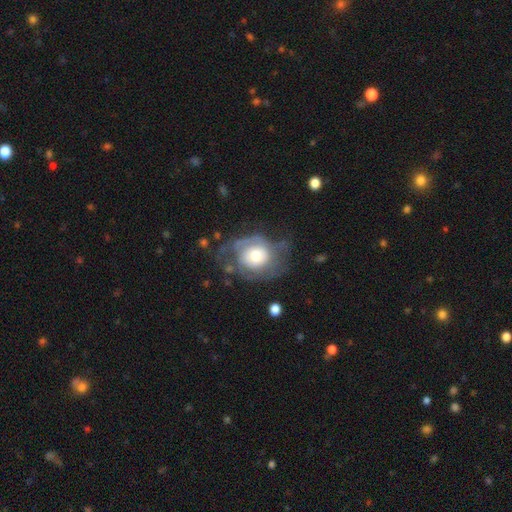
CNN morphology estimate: A featured or disk galaxy (59%) with no bar (81%), spiral arms (64%) and a moderate central bulge (62%).

Vote fractions:
- Smooth or featured? featured or disk: 59% / smooth: 34% / star or artifact: 7%
- Edge-on disk? no: 96% / yes: 4%
- Bar? no: 81% / weak: 16% / strong: 4%
- Spiral arms? yes: 64% / no: 36%
- Bulge size? moderate: 62% / large: 20% / small: 15% / dominant: 2% / none: 1%
- Merging? none: 44% / major disturbance: 30% / minor disturbance: 24% / merger: 3%